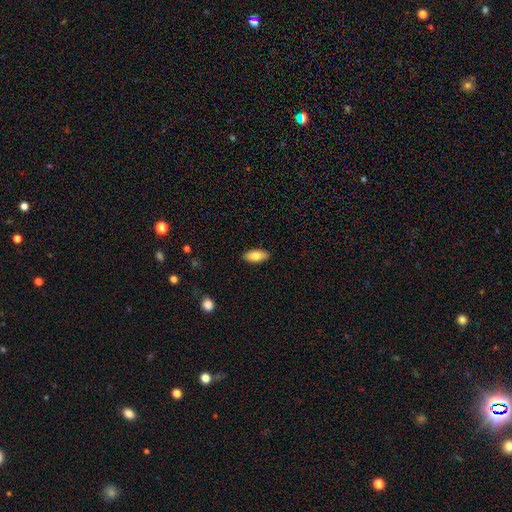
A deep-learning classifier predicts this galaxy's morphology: This appears to be a smooth galaxy with no disk features (80%) that is in between round and cigar-shaped (89%). Merging: none (89%).